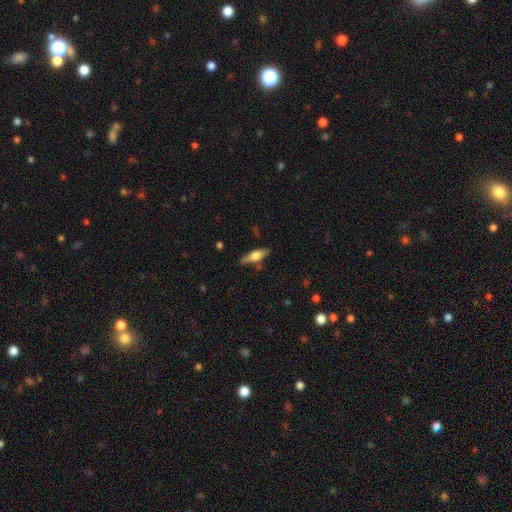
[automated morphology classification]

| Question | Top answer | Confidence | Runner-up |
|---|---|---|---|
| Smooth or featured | featured or disk | 51% | smooth (42%) |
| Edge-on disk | yes | 93% | no (7%) |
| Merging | none | 79% | minor disturbance (15%) |